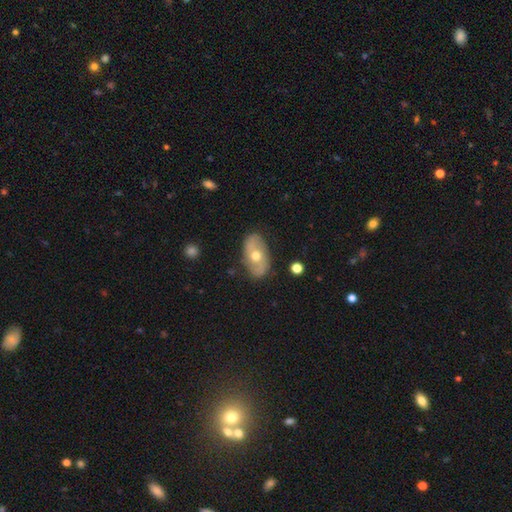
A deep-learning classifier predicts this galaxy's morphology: The model was most divided on "smooth or featured": featured or disk: 55%, smooth: 39%, star or artifact: 6%. More confident: edge-on disk — no (91%); merging — none (80%).